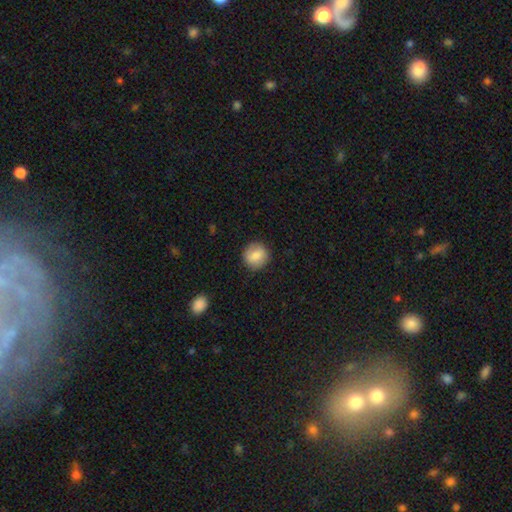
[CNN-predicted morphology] A smooth galaxy with no disk features (82%) that is round (90%).

Vote fractions:
- Smooth or featured? smooth: 82% / featured or disk: 11% / star or artifact: 7%
- How rounded? round: 90% / in between: 9% / cigar-shaped: 1%
- Merging? none: 89% / minor disturbance: 8% / major disturbance: 2% / merger: 1%